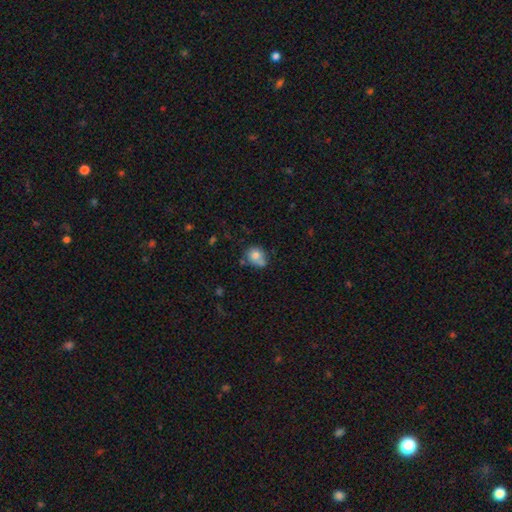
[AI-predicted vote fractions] The model was most divided on "merging": none: 48%, merger: 25%, minor disturbance: 21%, major disturbance: 6%. More confident: smooth or featured — smooth (74%); how rounded — round (70%).